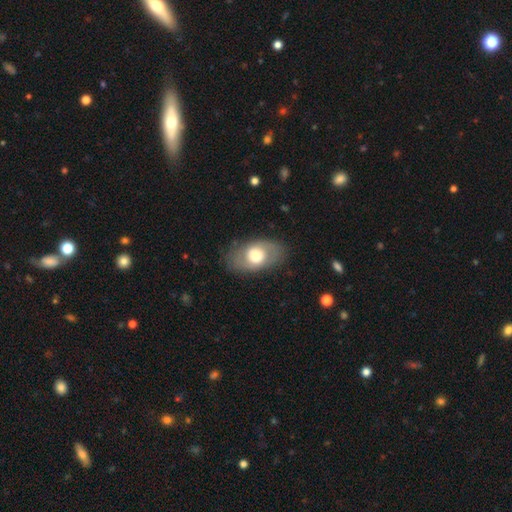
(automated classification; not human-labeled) Morphology: type=smooth (55%); roundness=in between (84%); merging=none (80%).